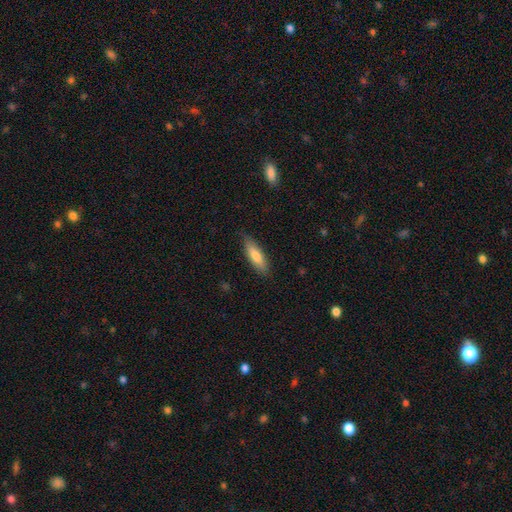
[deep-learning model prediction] smooth_or_featured: smooth (p=0.75) [alt: featured or disk p=0.20]
how_rounded: cigar-shaped (p=0.54) [alt: in between p=0.44]
merging: none (p=0.83) [alt: minor disturbance p=0.13]